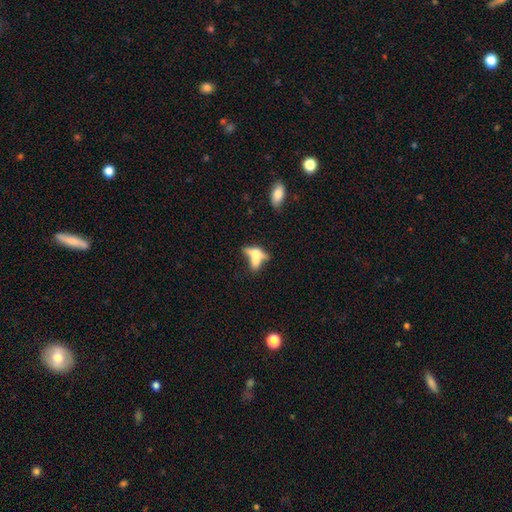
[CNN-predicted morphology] The model was most divided on "how rounded": in between: 55%, cigar-shaped: 38%, round: 7%. Remaining: smooth or featured — smooth (55%); merging — merger (48%).